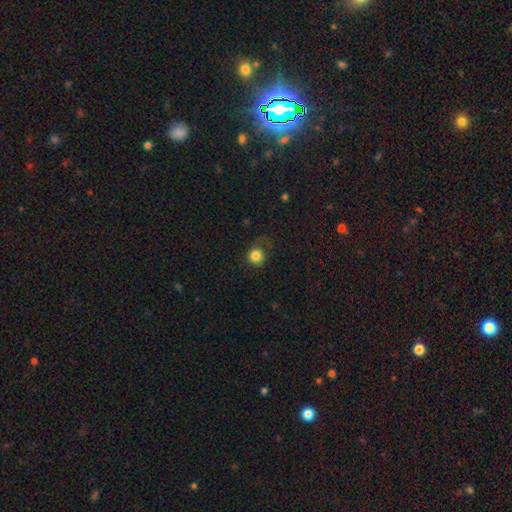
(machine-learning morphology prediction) Smooth or featured? smooth (83%)
How rounded? round (89%)
Merging? none (63%)